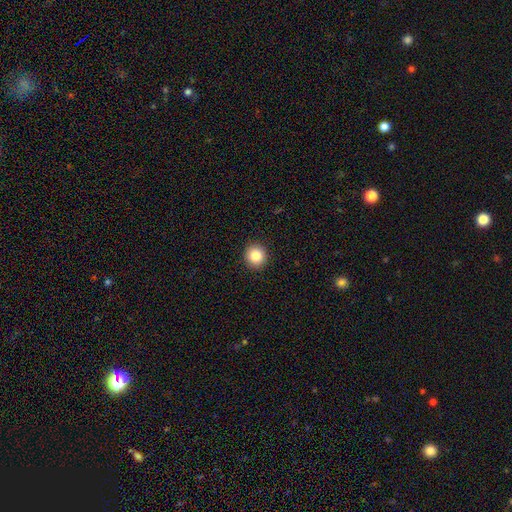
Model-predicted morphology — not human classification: smooth_or_featured: smooth (p=0.85) [alt: star or artifact p=0.10]
how_rounded: round (p=0.94) [alt: in between p=0.05]
merging: none (p=0.93) [alt: minor disturbance p=0.04]